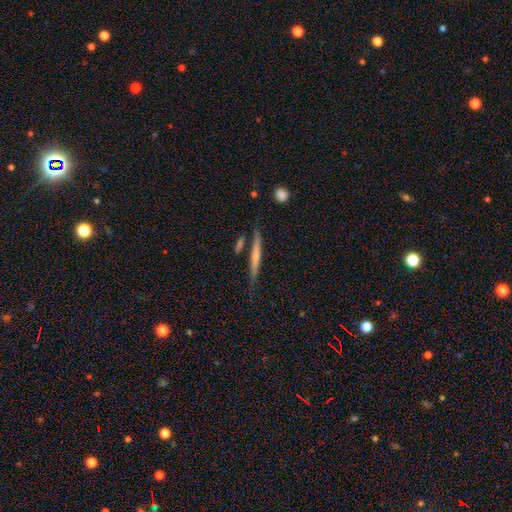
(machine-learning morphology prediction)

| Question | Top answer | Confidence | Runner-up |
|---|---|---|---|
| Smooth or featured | smooth | 50% | featured or disk (44%) |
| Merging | none | 75% | minor disturbance (14%) |